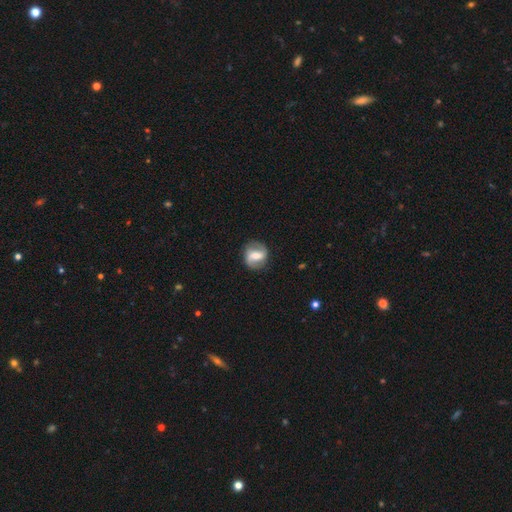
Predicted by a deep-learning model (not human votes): A featured or disk galaxy (67%) with a strong bar (46%), spiral arms (78%) and a moderate central bulge (64%). Merging: none (83%).